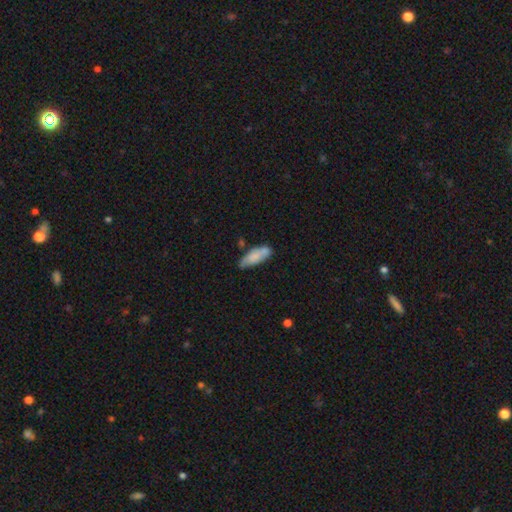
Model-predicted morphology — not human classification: Smooth or featured? Predicted: smooth (p=0.75). How rounded? Predicted: in between (p=0.68). Merging? Predicted: none (p=0.56).